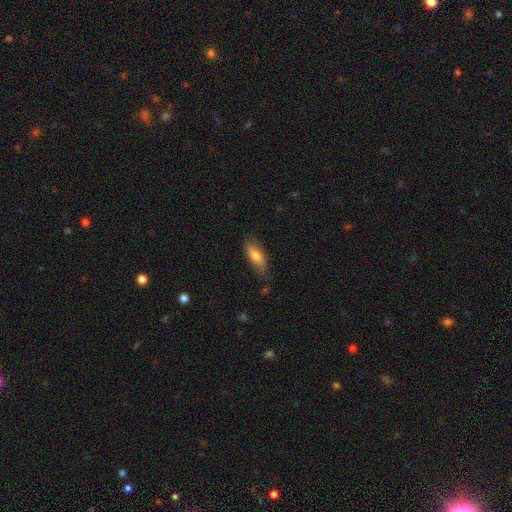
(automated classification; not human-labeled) A smooth galaxy with no disk features (72%) that is in between round and cigar-shaped (69%).

Vote fractions:
- Smooth or featured? smooth: 72% / featured or disk: 21% / star or artifact: 7%
- How rounded? in between: 69% / cigar-shaped: 29% / round: 3%
- Merging? none: 70% / minor disturbance: 23% / major disturbance: 5% / merger: 2%